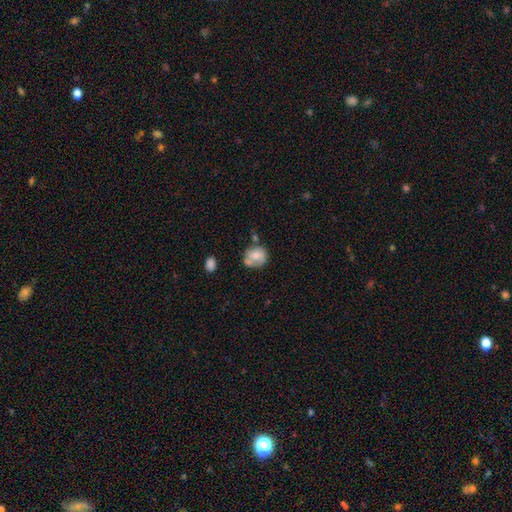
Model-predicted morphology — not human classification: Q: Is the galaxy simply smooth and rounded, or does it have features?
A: smooth — 64%.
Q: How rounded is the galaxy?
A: round — 70%.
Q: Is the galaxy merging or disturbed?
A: none — 44%.